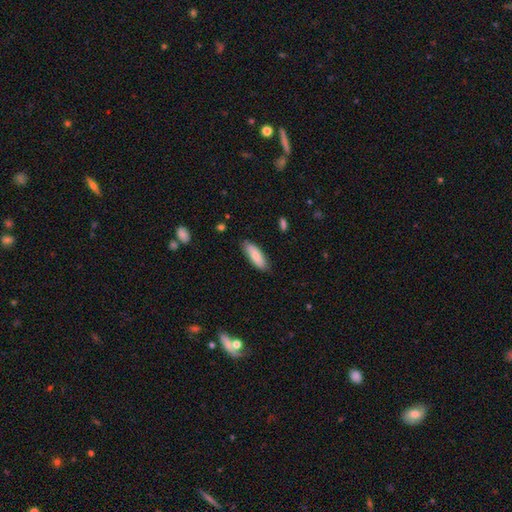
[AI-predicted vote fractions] The model was most divided on "how rounded": in between: 61%, cigar-shaped: 37%, round: 2%. More confident: merging — none (82%); smooth or featured — smooth (82%).